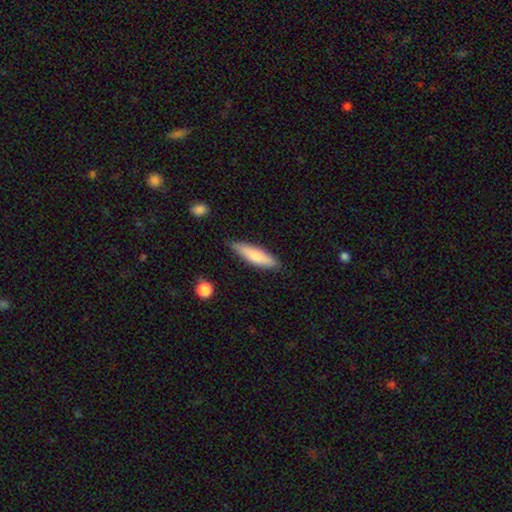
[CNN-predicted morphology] Smooth or featured? Predicted: smooth (p=0.76). How rounded? Predicted: cigar-shaped (p=0.70). Merging? Predicted: none (p=0.79).